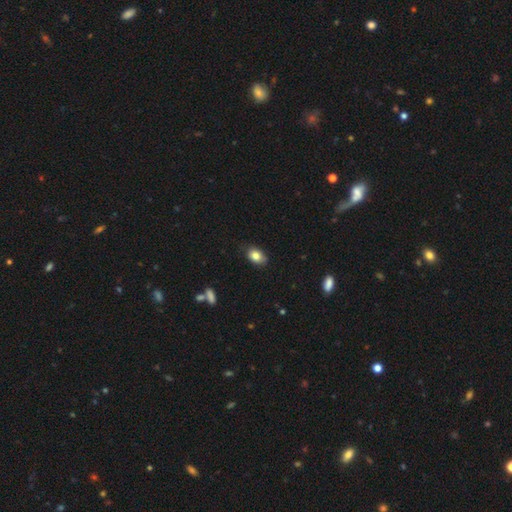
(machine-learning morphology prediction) type=smooth (83%); roundness=in between (82%); merging=none (79%).